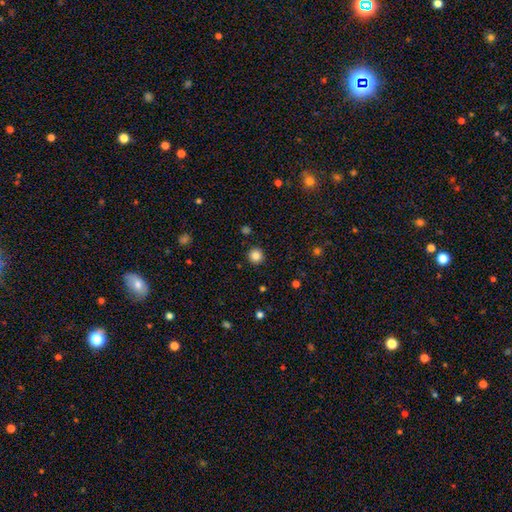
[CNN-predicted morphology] smooth 84%, star or artifact 12%, featured or disk 5%. Down the decision tree: how rounded — round (95%); merging — none (92%).